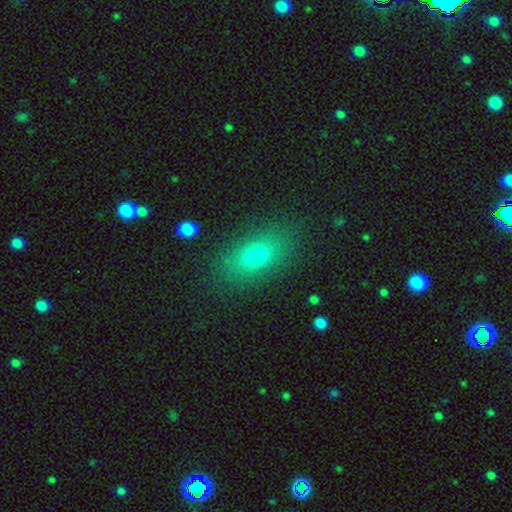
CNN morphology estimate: Smooth or featured?
  - smooth: 74% *
  - featured or disk: 13%
  - star or artifact: 12%
How rounded?
  - in between: 79% *
  - round: 14%
  - cigar-shaped: 7%
Merging?
  - none: 82% *
  - minor disturbance: 11%
  - major disturbance: 5%
  - merger: 2%